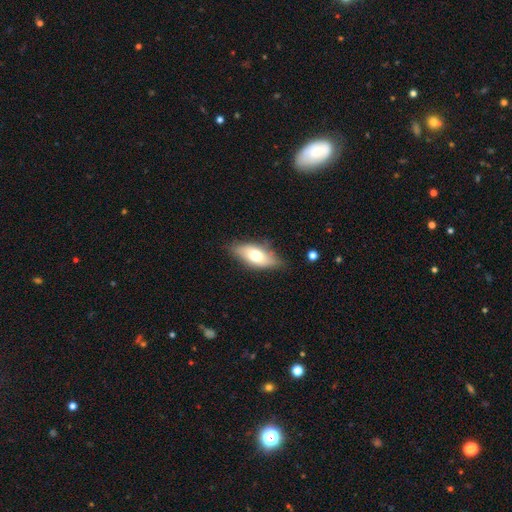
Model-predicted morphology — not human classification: A smooth galaxy with no disk features (65%) that is in between round and cigar-shaped (83%). Merging: none (75%).